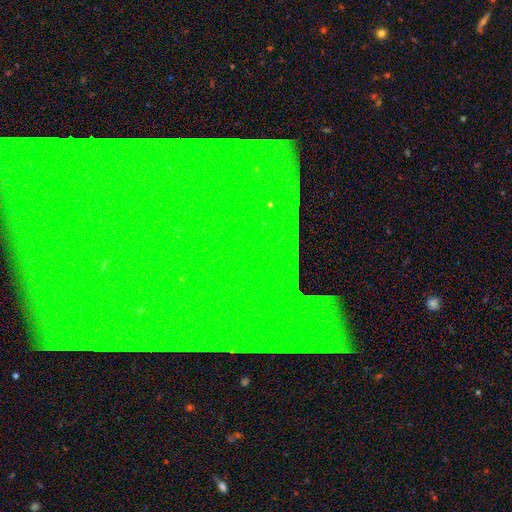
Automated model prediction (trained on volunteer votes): smooth_or_featured: star or artifact (p=0.86) [alt: featured or disk p=0.08]